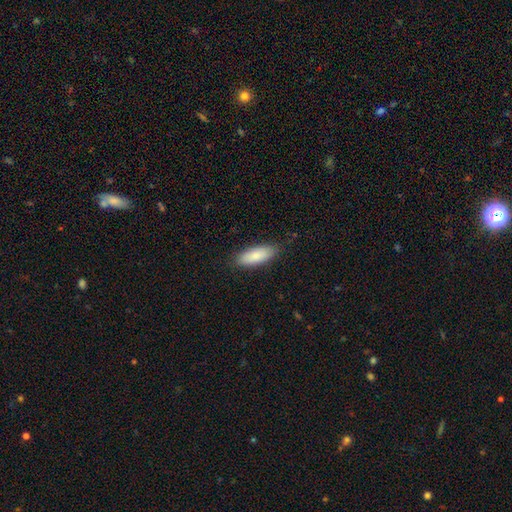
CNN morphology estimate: This is clearly a smooth galaxy (86%). How rounded: likely in between (72%). Merging: clearly none (85%).